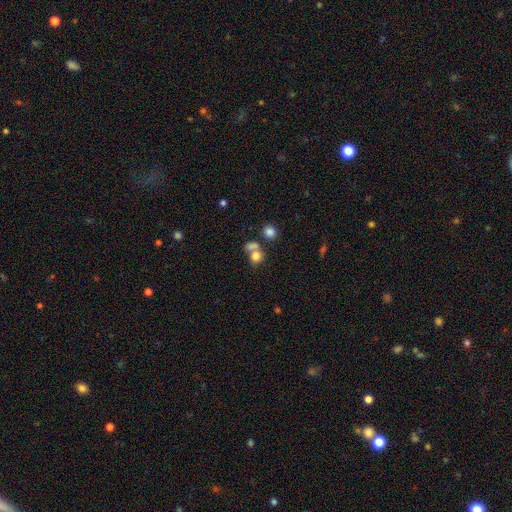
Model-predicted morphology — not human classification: type=smooth (77%); roundness=round (72%); merging=merger (44%).